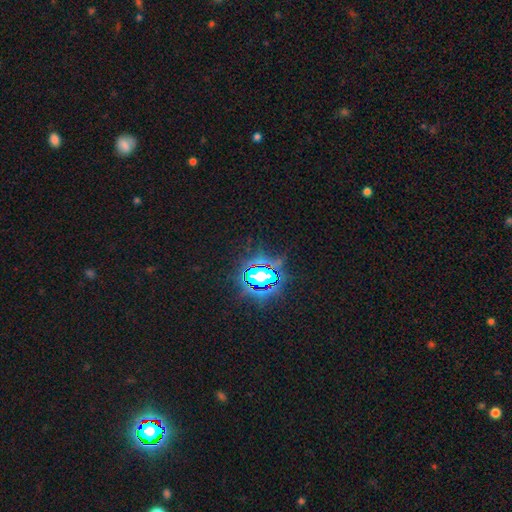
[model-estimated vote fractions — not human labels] Smooth or featured: star or artifact — 84% (smooth — 10%)